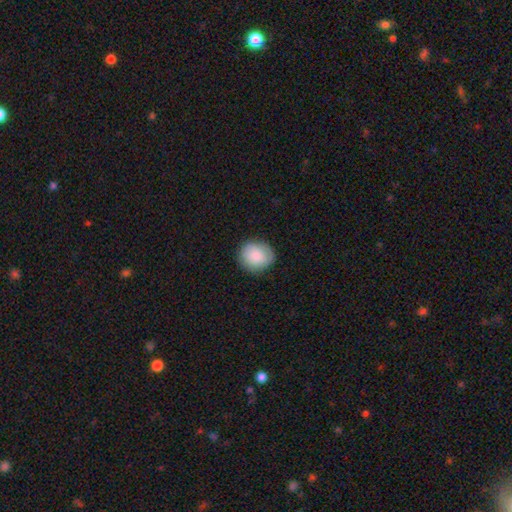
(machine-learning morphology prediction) smooth_or_featured: smooth (p=0.85) [alt: featured or disk p=0.08]
how_rounded: round (p=0.81) [alt: in between p=0.18]
merging: none (p=0.85) [alt: minor disturbance p=0.11]